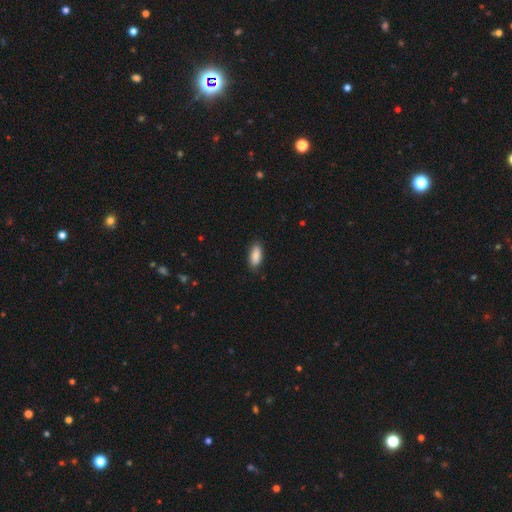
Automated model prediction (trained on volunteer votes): Overall: smooth (89%). How rounded: in between (88%). Merging: none (85%).